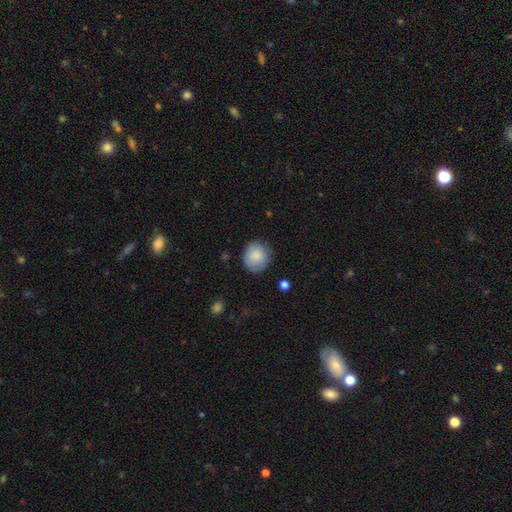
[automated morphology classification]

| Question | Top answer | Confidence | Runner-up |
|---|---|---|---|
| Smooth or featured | smooth | 86% | featured or disk (7%) |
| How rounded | round | 84% | in between (15%) |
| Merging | none | 79% | minor disturbance (16%) |